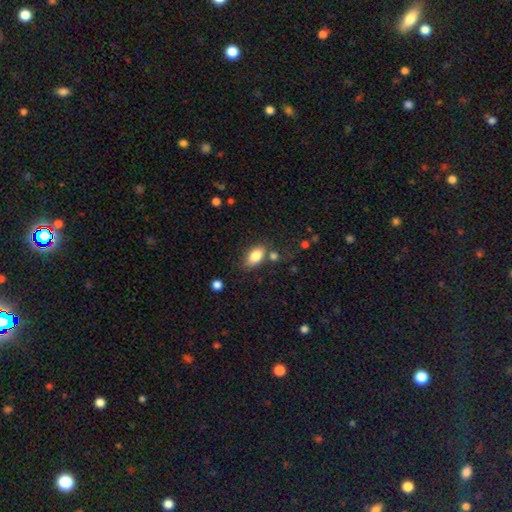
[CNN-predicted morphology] This is clearly a smooth galaxy (83%). How rounded: clearly in between (90%). Merging: likely none (68%).